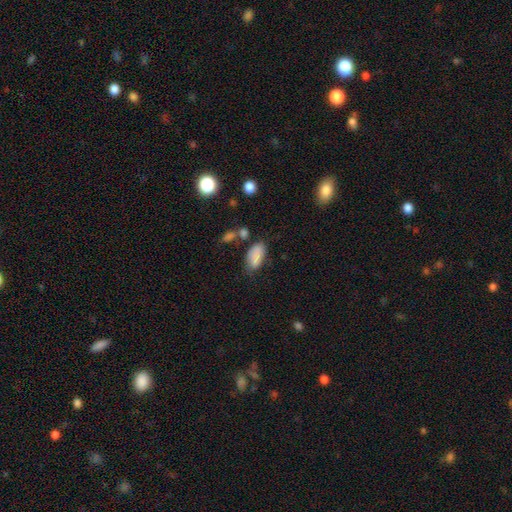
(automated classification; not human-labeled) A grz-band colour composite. It shows a smooth galaxy with no disk features (84%) that is in between round and cigar-shaped (91%). Merging: none (58%).